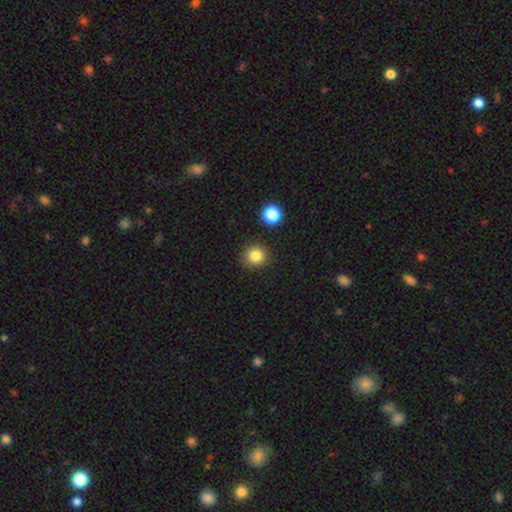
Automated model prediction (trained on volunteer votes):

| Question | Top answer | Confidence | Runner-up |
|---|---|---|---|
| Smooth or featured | smooth | 83% | star or artifact (12%) |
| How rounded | round | 88% | in between (11%) |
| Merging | none | 87% | minor disturbance (7%) |